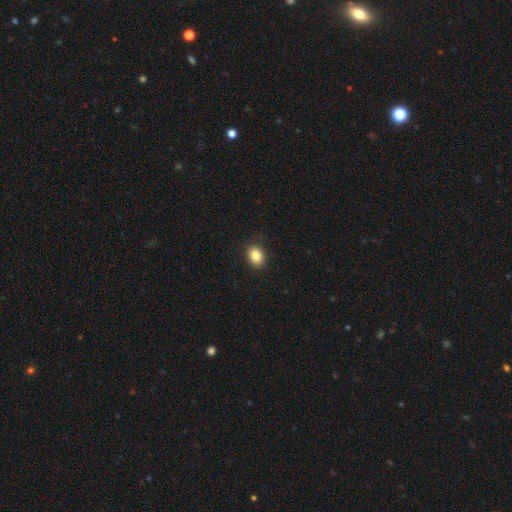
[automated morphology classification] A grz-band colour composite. It shows a smooth galaxy with no disk features (85%) that is in between round and cigar-shaped (63%). Merging: none (89%).